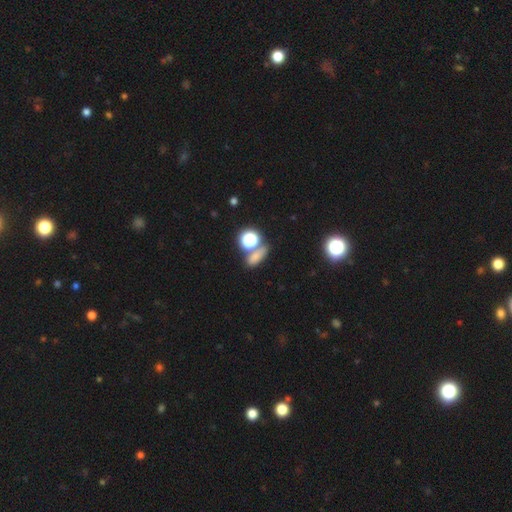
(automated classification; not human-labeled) The model was most divided on "how rounded": in between: 57%, round: 32%, cigar-shaped: 12%. More confident: smooth or featured — smooth (66%); merging — none (58%).